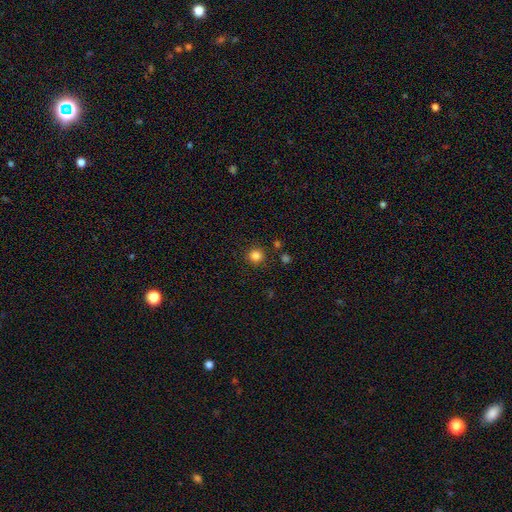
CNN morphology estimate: This is clearly a smooth galaxy (83%). How rounded: clearly round (94%). Merging: clearly none (88%).